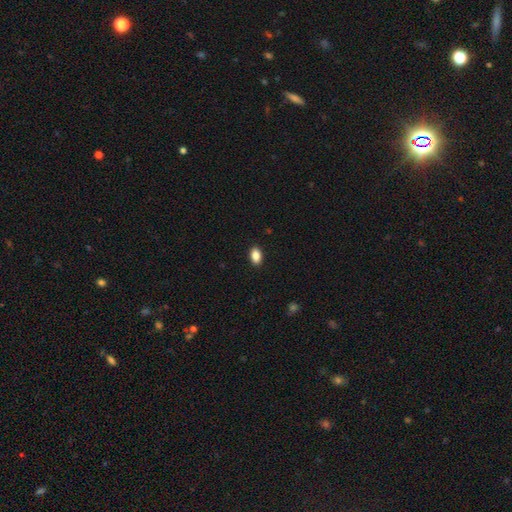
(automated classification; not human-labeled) The model was most divided on "smooth or featured": smooth: 88%, star or artifact: 8%, featured or disk: 4%. More confident: merging — none (91%); how rounded — in between (90%).